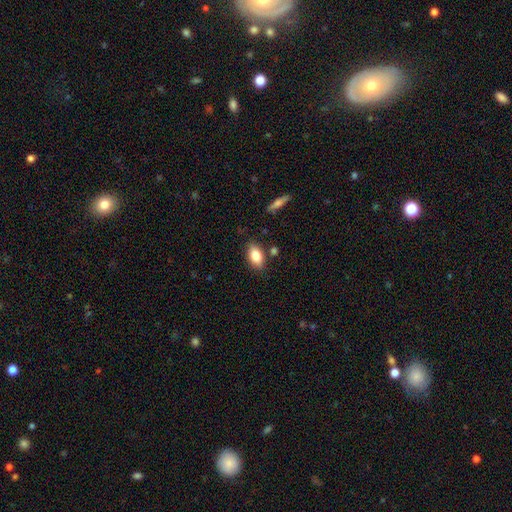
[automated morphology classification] Smooth or featured: smooth — 82% (featured or disk — 10%)
How rounded: in between — 90% (round — 5%)
Merging: none — 82% (minor disturbance — 12%)